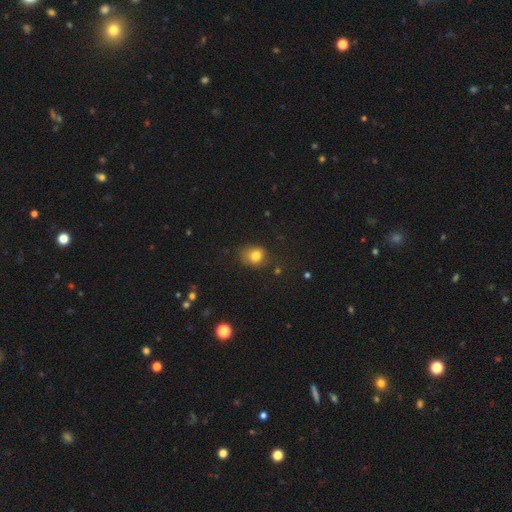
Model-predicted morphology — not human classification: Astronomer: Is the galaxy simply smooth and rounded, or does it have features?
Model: smooth — 79%.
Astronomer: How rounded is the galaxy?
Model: round — 62% (runner-up: in between, 37%).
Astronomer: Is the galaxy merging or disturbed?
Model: none — 64%.